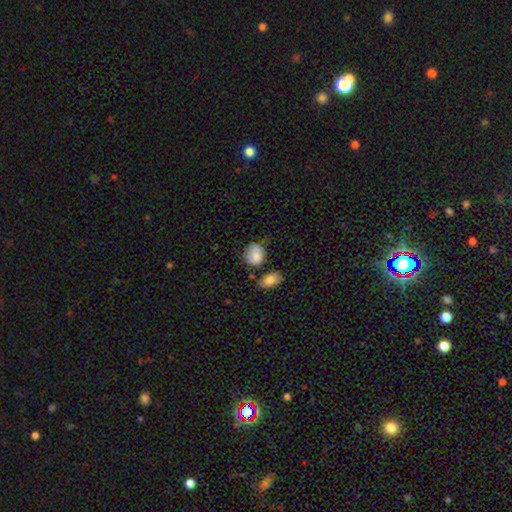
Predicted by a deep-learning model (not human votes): Smooth or featured? smooth (79%)
How rounded? round (64%)
Merging? none (50%)